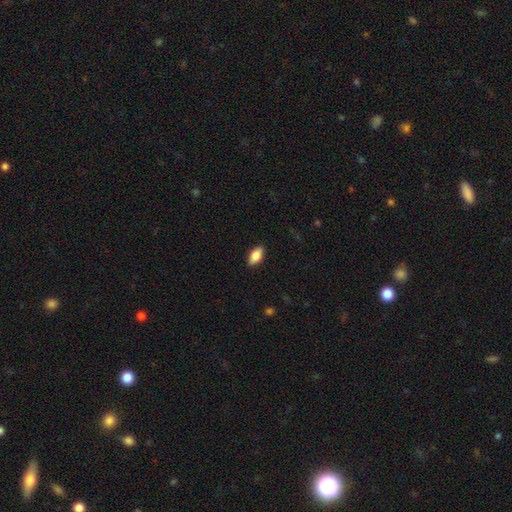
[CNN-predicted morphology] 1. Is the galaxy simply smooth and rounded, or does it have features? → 83% smooth, 11% featured or disk, 7% star or artifact.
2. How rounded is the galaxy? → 91% in between, 6% cigar-shaped, 3% round.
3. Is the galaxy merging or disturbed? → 89% none, 8% minor disturbance, 2% major disturbance, 1% merger.